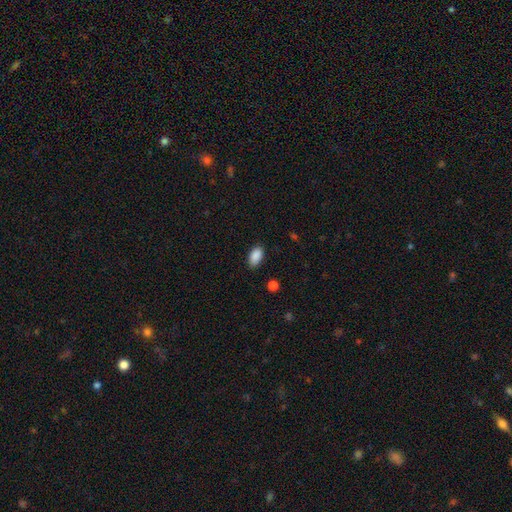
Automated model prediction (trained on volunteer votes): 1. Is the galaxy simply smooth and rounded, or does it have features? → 89% smooth, 7% star or artifact, 3% featured or disk.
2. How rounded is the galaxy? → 94% in between, 4% round, 2% cigar-shaped.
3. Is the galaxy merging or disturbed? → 84% none, 12% minor disturbance, 2% major disturbance, 1% merger.